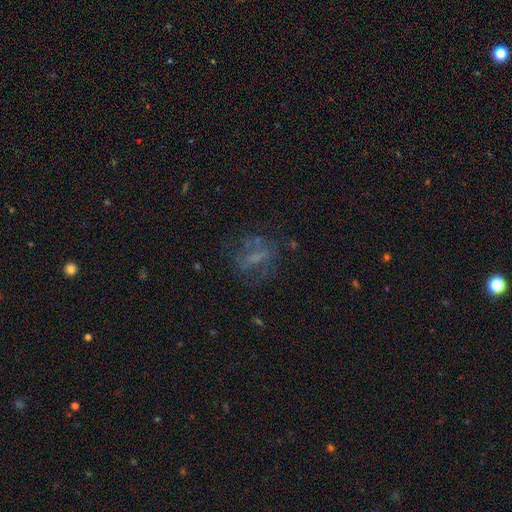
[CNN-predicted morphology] Overall: featured or disk (42%; smooth 38%). Merging: none (56%; major disturbance 22%).